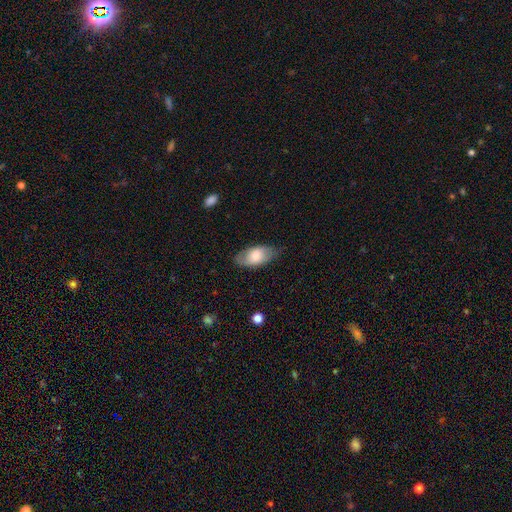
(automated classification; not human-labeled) Smooth or featured? Predicted: smooth (p=0.69). How rounded? Predicted: in between (p=0.93). Merging? Predicted: none (p=0.76).